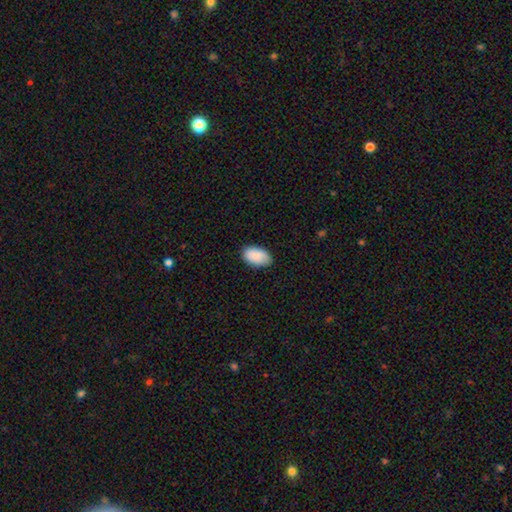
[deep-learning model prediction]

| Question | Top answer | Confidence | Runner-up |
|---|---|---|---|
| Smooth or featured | smooth | 90% | star or artifact (6%) |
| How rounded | in between | 94% | round (5%) |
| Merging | none | 80% | minor disturbance (16%) |